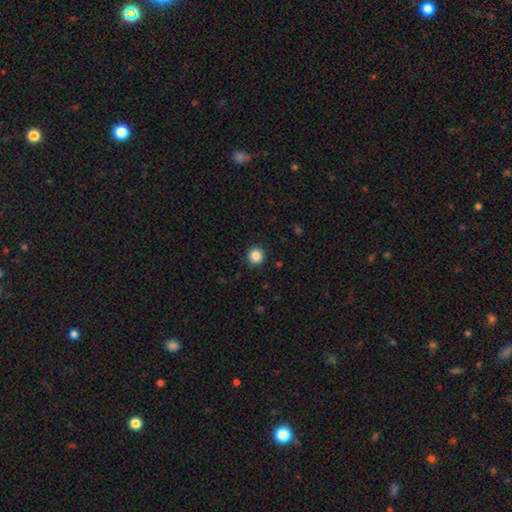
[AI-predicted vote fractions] The model was most divided on "smooth or featured": smooth: 87%, star or artifact: 10%, featured or disk: 3%. More confident: how rounded — round (95%); merging — none (92%).